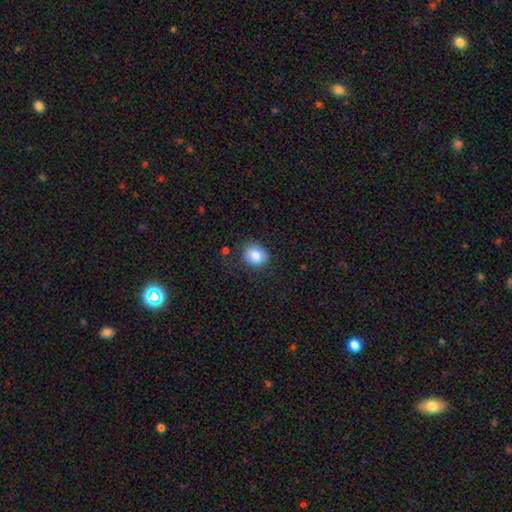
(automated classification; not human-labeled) Smooth or featured: smooth — 82% (star or artifact — 10%)
How rounded: round — 67% (in between — 32%)
Merging: none — 78% (minor disturbance — 15%)